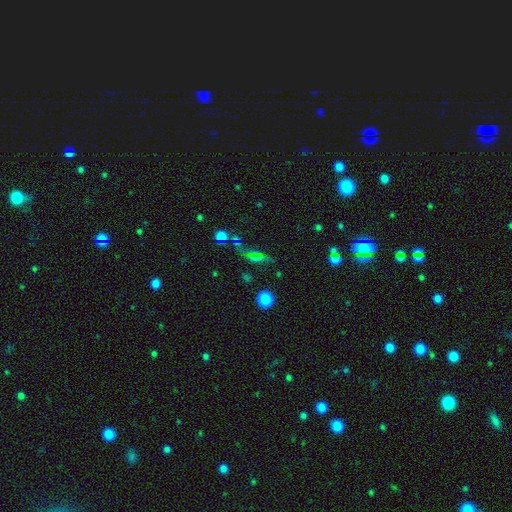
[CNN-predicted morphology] smooth-or-featured: featured or disk: 38% | star or artifact: 32% | smooth: 30%
  merging: none: 54% | major disturbance: 18% | minor disturbance: 17% | merger: 11%